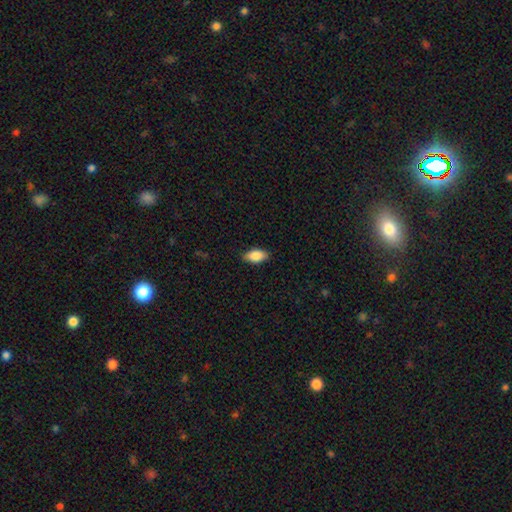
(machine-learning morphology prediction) Smooth or featured? Predicted: smooth (p=0.86). How rounded? Predicted: in between (p=0.92). Merging? Predicted: none (p=0.87).